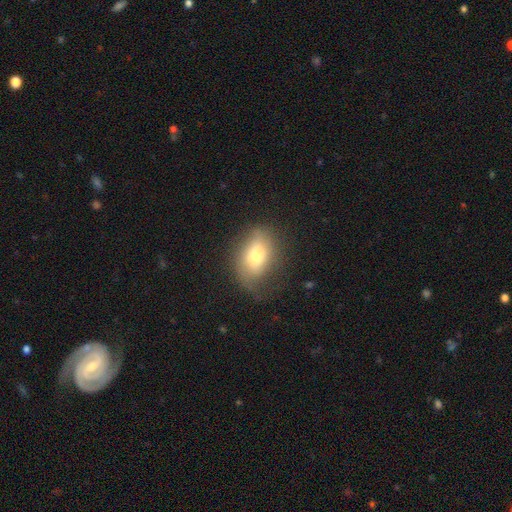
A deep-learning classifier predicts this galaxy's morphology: Smooth or featured? smooth (69%)
How rounded? in between (83%)
Merging? none (62%)